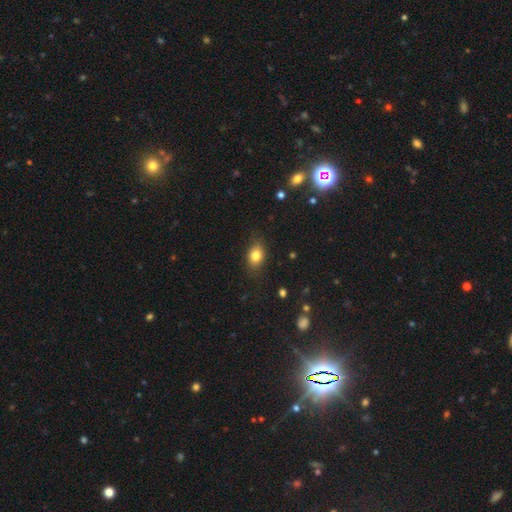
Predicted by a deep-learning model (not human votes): Smooth or featured?
  - smooth: 80% *
  - star or artifact: 10%
  - featured or disk: 10%
How rounded?
  - in between: 73% *
  - round: 25%
  - cigar-shaped: 2%
Merging?
  - none: 80% *
  - minor disturbance: 15%
  - major disturbance: 4%
  - merger: 1%